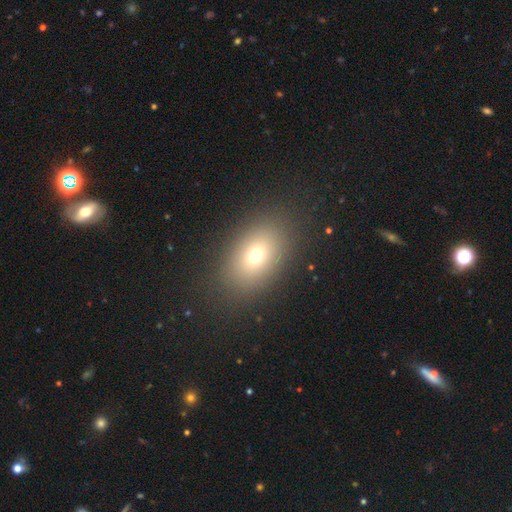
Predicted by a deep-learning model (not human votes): Smooth or featured: smooth — 70% (star or artifact — 15%)
How rounded: in between — 78% (round — 20%)
Merging: none — 86% (minor disturbance — 8%)